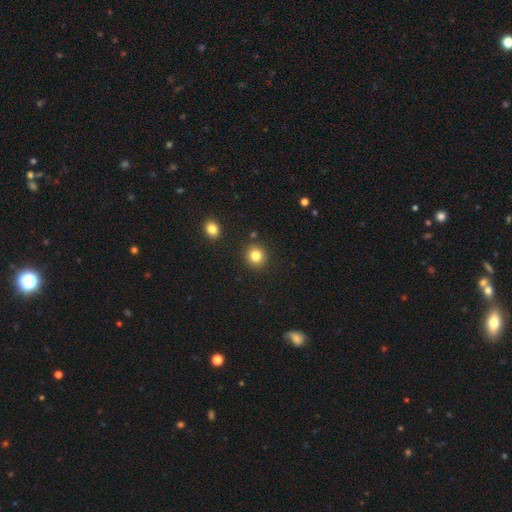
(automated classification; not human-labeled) The model was most divided on "smooth or featured": smooth: 82%, star or artifact: 11%, featured or disk: 6%. More confident: merging — none (89%); how rounded — round (88%).